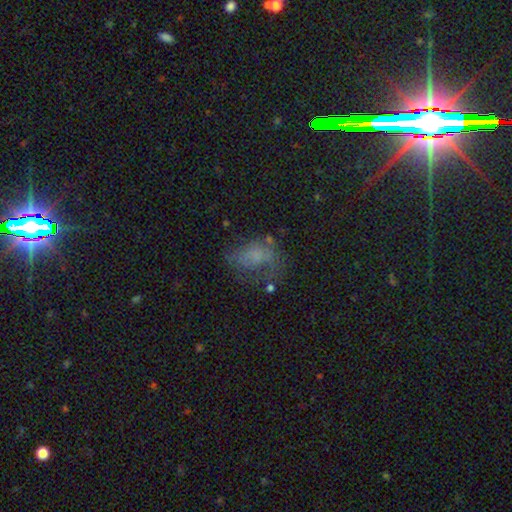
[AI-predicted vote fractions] smooth_or_featured: smooth (p=0.51) [alt: featured or disk p=0.28]
how_rounded: in between (p=0.78) [alt: round p=0.19]
merging: major disturbance (p=0.37) [alt: none p=0.34]